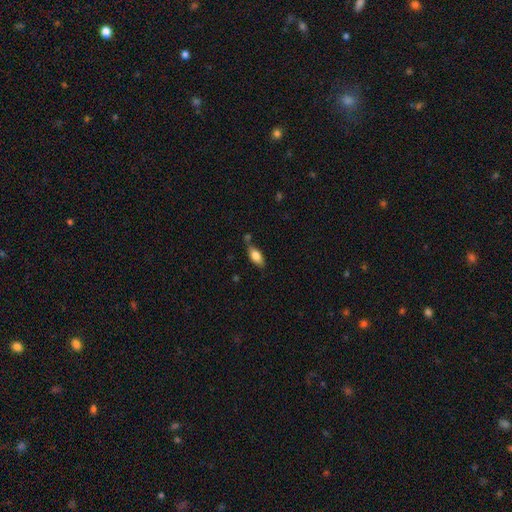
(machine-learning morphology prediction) A smooth galaxy with no disk features (77%) that is in between round and cigar-shaped (83%).

Vote fractions:
- Smooth or featured? smooth: 77% / featured or disk: 17% / star or artifact: 7%
- How rounded? in between: 83% / cigar-shaped: 13% / round: 3%
- Merging? none: 62% / minor disturbance: 21% / merger: 11% / major disturbance: 5%